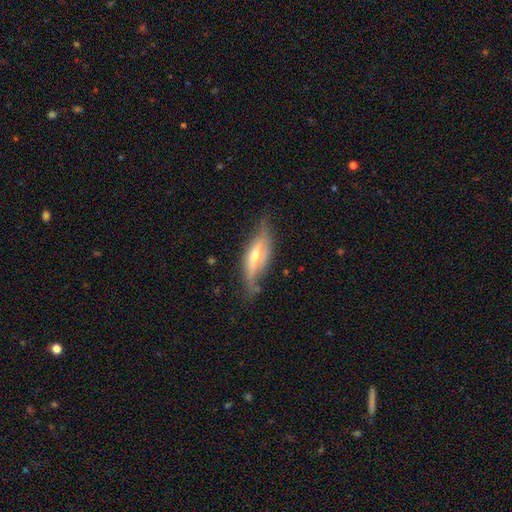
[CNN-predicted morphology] This appears to be a featured or disk galaxy (65%) viewed edge-on (74%). Merging: none (64%).